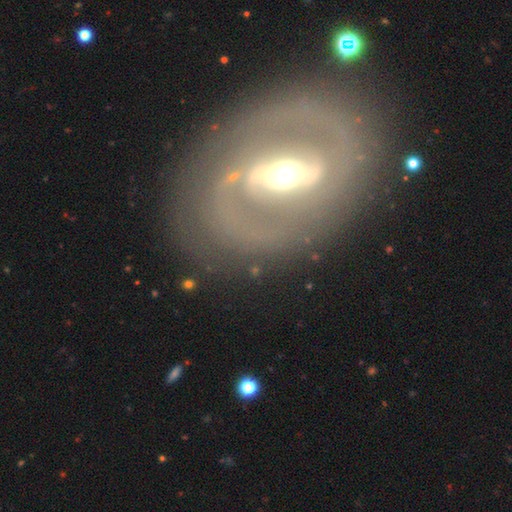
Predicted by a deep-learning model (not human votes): Morphology: type=featured or disk (83%); edge-on=no (93%); bar=strong (58%); spiral arms=yes (66%); winding=tight (51%); arm count=2 (67%); bulge=moderate (66%); merging=none (78%).